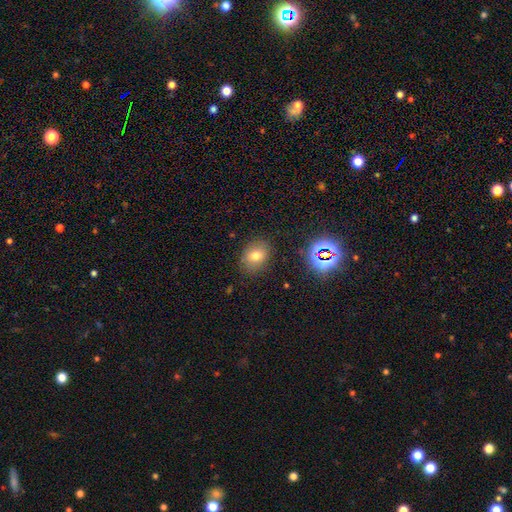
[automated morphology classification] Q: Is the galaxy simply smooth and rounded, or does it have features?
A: smooth — 72%.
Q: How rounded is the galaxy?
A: in between — 56%.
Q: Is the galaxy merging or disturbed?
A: none — 83%.